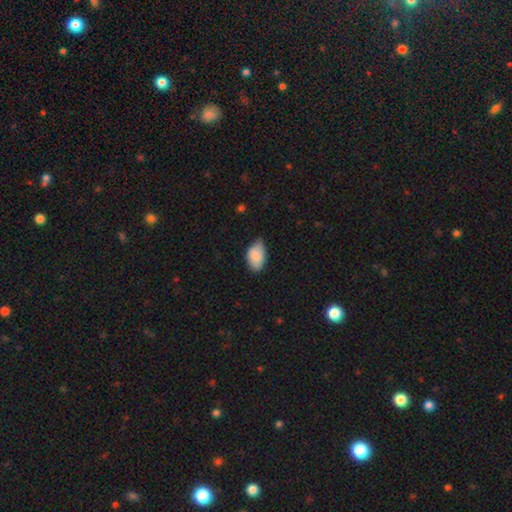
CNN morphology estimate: smooth-or-featured: smooth: 86% | featured or disk: 7% | star or artifact: 6%
  how-rounded: in between: 91% | round: 7% | cigar-shaped: 1%
  merging: none: 56% | minor disturbance: 37% | major disturbance: 5% | merger: 1%